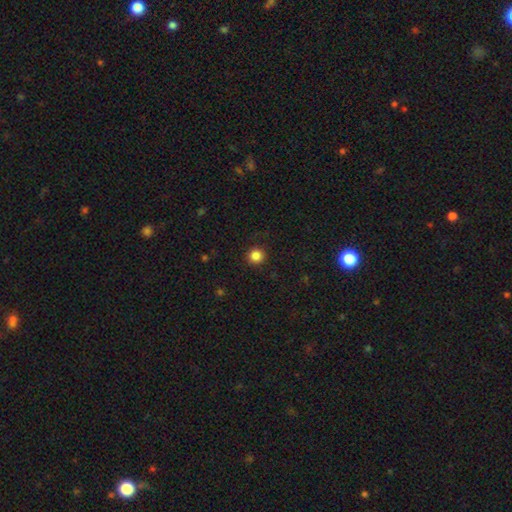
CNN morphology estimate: This is clearly a smooth galaxy (86%). How rounded: clearly round (94%). Merging: clearly none (92%).